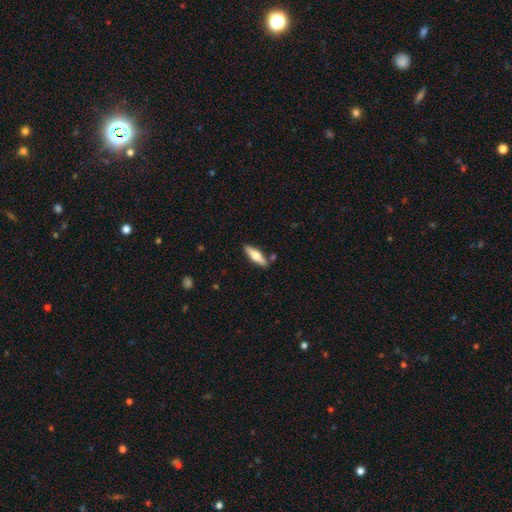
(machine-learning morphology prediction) Smooth or featured? Predicted: smooth (p=0.55). How rounded? Predicted: cigar-shaped (p=0.64). Merging? Predicted: none (p=0.84).